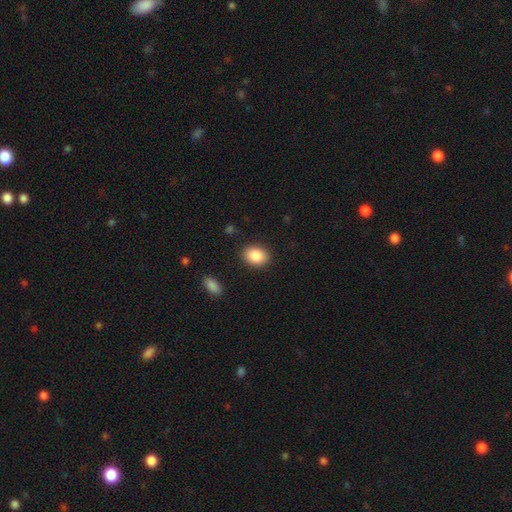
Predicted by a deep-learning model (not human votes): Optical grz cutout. It shows a smooth galaxy with no disk features (87%) that is in between round and cigar-shaped (72%). Merging: none (87%).